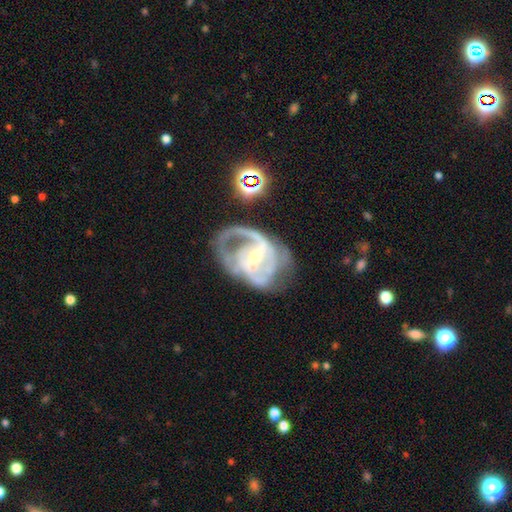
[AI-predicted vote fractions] smooth_or_featured: featured or disk (p=0.81) [alt: smooth p=0.11]
disk_edge_on: no (p=0.97) [alt: yes p=0.03]
bar: weak (p=0.42) [alt: no p=0.31]
has_spiral_arms: yes (p=0.74) [alt: no p=0.26]
spiral_winding: medium (p=0.44) [alt: tight p=0.30]
spiral_arm_count: 2 (p=0.38) [alt: can't tell p=0.30]
bulge_size: small (p=0.64) [alt: moderate p=0.26]
merging: major disturbance (p=0.39) [alt: none p=0.35]